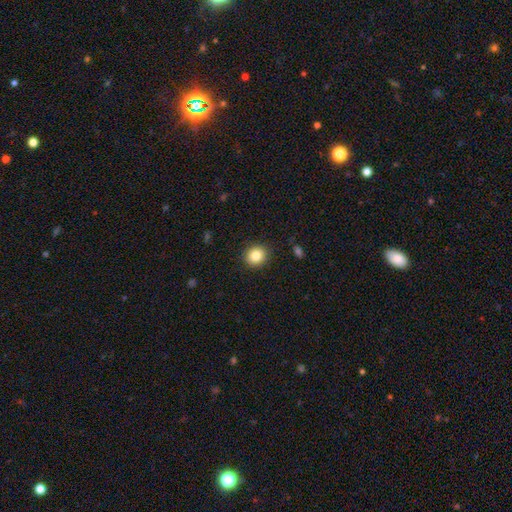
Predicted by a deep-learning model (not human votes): smooth 83%, star or artifact 10%, featured or disk 7%. Down the decision tree: how rounded — round (80%); merging — none (89%).